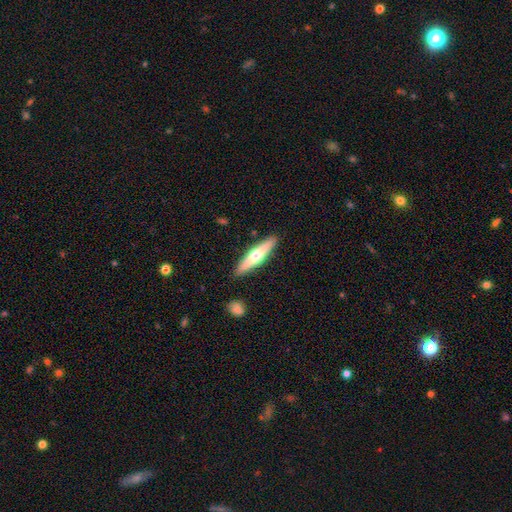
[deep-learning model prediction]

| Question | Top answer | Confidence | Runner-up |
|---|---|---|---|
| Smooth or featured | featured or disk | 52% | smooth (43%) |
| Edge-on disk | yes | 93% | no (7%) |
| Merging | none | 89% | minor disturbance (8%) |